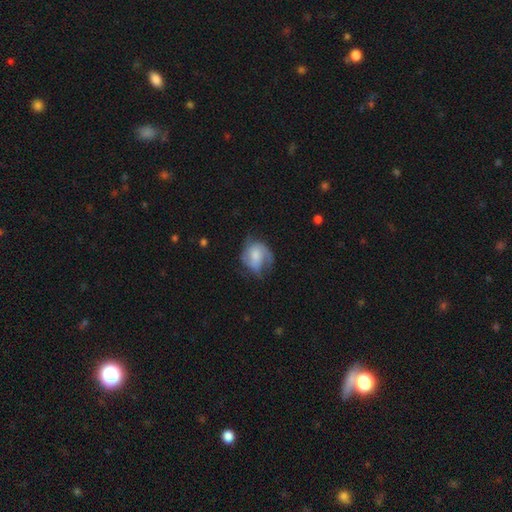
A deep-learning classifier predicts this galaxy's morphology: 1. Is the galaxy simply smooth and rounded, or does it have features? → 50% featured or disk, 43% smooth, 7% star or artifact.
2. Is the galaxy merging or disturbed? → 45% none, 29% minor disturbance, 24% major disturbance, 2% merger.